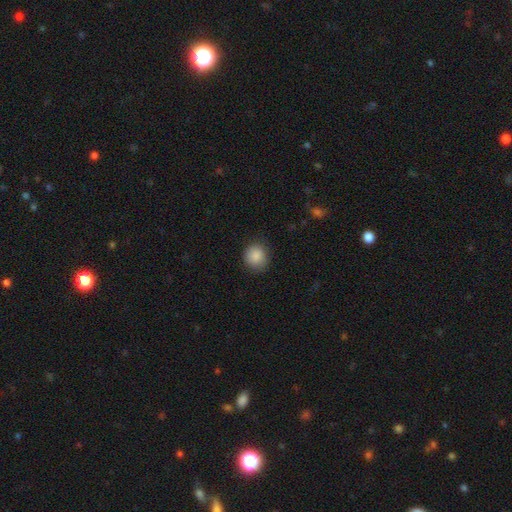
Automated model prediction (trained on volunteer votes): Overall: smooth (88%). How rounded: round (85%). Merging: none (84%).